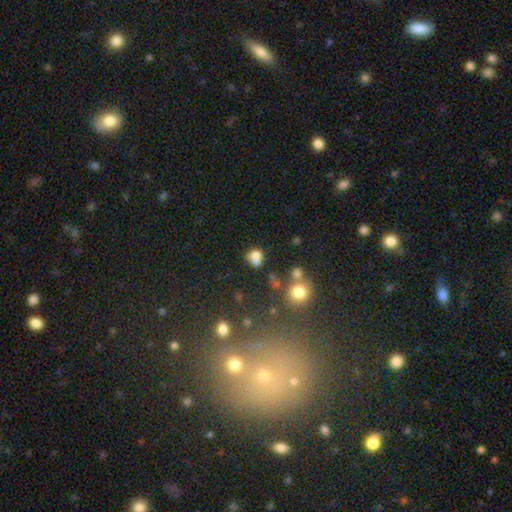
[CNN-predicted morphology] type=smooth (73%); roundness=round (61%); merging=none (39%).